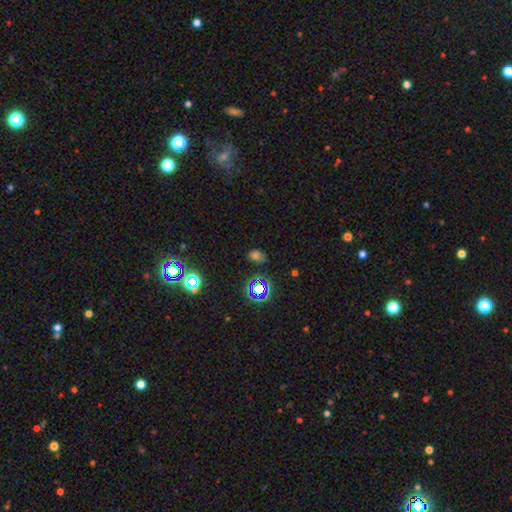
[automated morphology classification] A star or artifact, not a galaxy (45%).